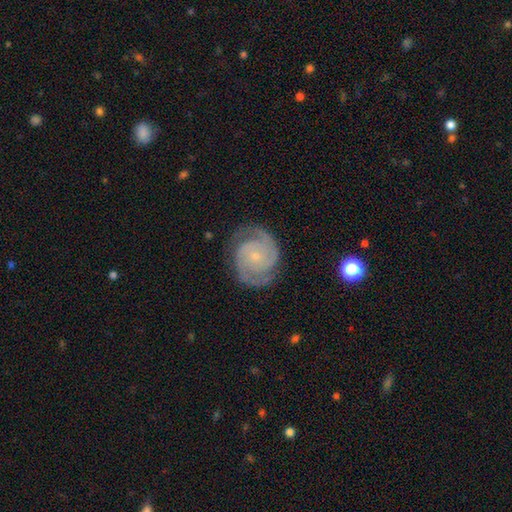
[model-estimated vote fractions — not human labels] Smooth or featured: featured or disk — 91% (smooth — 5%)
Edge-on disk: no — 98% (yes — 2%)
Bar: no — 69% (weak — 25%)
Spiral arms: yes — 98% (no — 2%)
Spiral winding: tight — 60% (medium — 35%)
Spiral arm count: 2 — 79% (3 — 9%)
Bulge size: small — 80% (moderate — 14%)
Merging: none — 81% (minor disturbance — 14%)